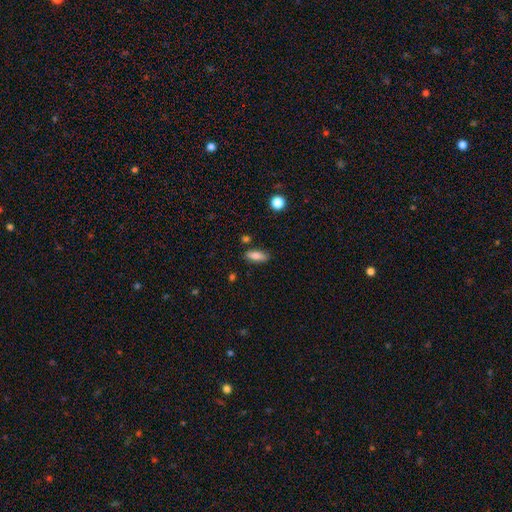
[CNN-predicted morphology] This appears to be a smooth galaxy with no disk features (79%) that is in between round and cigar-shaped (75%). Merging: none (82%).